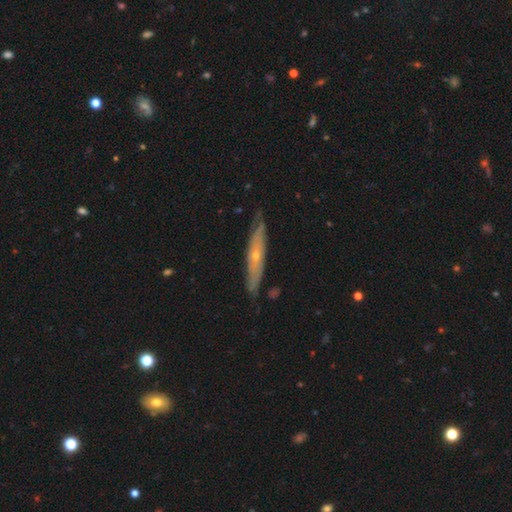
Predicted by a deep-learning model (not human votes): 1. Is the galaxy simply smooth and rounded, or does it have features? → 66% featured or disk, 28% smooth, 6% star or artifact.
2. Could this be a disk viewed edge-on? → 68% yes, 32% no.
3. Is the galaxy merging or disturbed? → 77% none, 19% minor disturbance, 3% major disturbance, 2% merger.